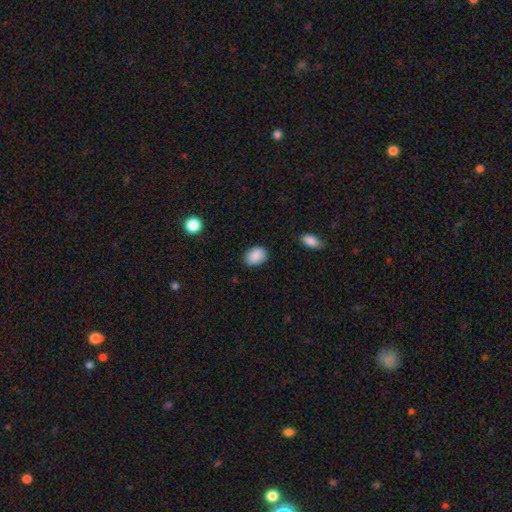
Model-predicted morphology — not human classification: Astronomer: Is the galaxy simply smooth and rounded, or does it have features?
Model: smooth — 89%.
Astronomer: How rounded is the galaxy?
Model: in between — 78%.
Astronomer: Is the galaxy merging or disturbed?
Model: none — 83%.